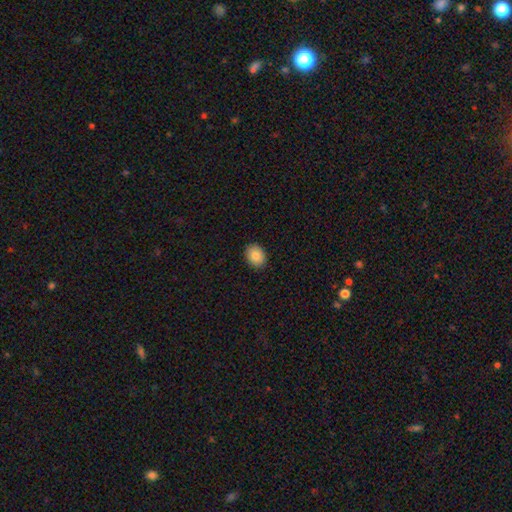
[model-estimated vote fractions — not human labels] This appears to be a smooth galaxy with no disk features (85%) that is in between round and cigar-shaped (59%). Merging: none (90%).